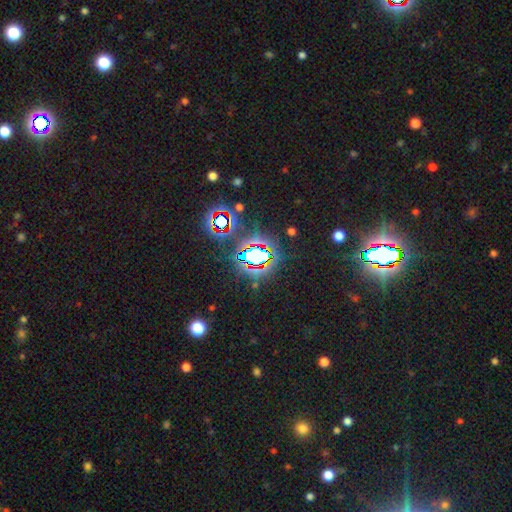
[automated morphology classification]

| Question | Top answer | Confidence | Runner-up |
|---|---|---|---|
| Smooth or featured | star or artifact | 71% | smooth (18%) |